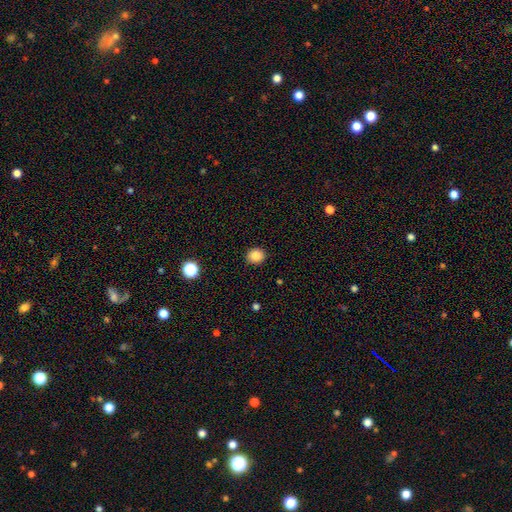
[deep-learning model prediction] The model was most divided on "how rounded": round: 73%, in between: 26%, cigar-shaped: 1%. More confident: merging — none (88%); smooth or featured — smooth (86%).